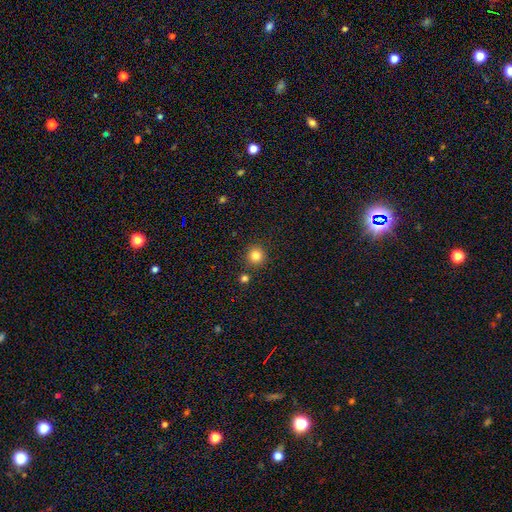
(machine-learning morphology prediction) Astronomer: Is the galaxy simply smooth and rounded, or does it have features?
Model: smooth — 82%.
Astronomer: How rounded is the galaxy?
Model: round — 95%.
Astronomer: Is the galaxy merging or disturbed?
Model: none — 88%.